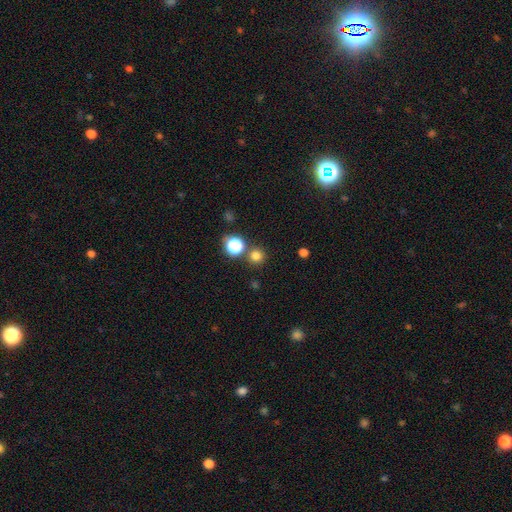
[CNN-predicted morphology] Smooth or featured? Predicted: smooth (p=0.77). How rounded? Predicted: round (p=0.94). Merging? Predicted: none (p=0.83).